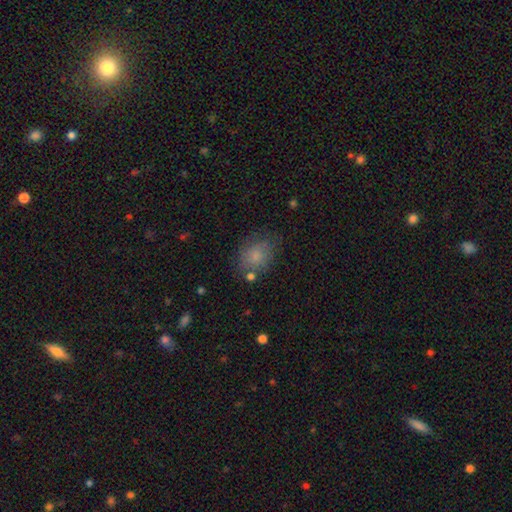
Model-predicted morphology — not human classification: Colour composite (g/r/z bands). It shows a smooth galaxy with no disk features (78%) that is in between round and cigar-shaped (51%). Merging: none (65%).